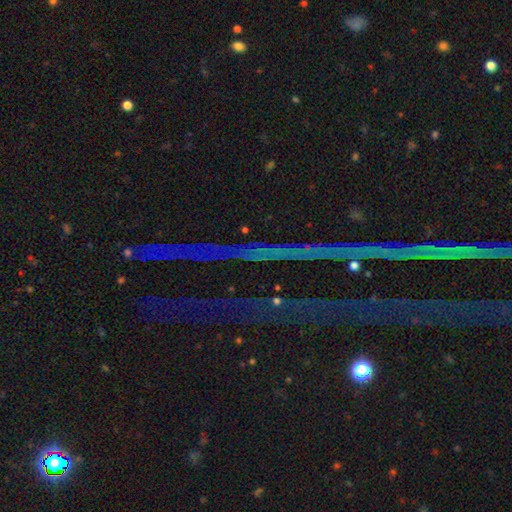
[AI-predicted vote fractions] Q: Smooth or featured?
A: star or artifact (82%); runner-up: featured or disk (10%)